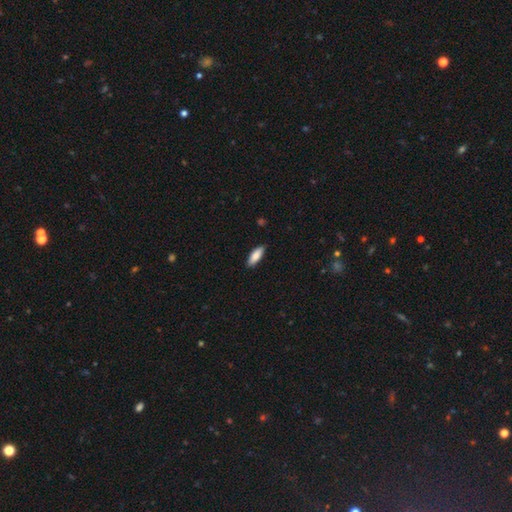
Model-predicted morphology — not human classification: A smooth galaxy with no disk features (85%) that is in between round and cigar-shaped (69%).

Vote fractions:
- Smooth or featured? smooth: 85% / featured or disk: 9% / star or artifact: 6%
- How rounded? in between: 69% / cigar-shaped: 29% / round: 2%
- Merging? none: 87% / minor disturbance: 10% / major disturbance: 2% / merger: 1%